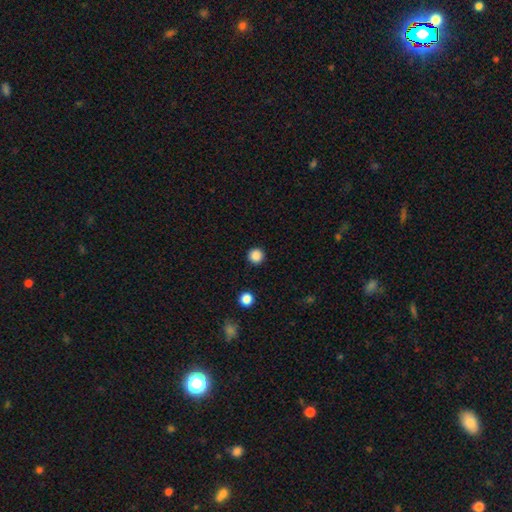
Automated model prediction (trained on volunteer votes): Morphology: type=smooth (86%); roundness=round (96%); merging=none (93%).